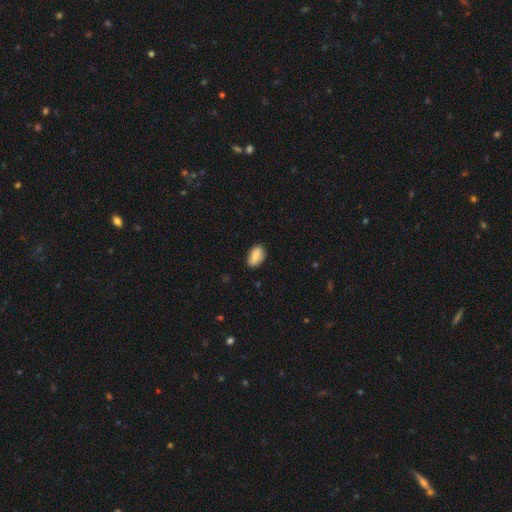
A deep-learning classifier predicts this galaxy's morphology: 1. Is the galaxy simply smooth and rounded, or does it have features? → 86% smooth, 7% featured or disk, 7% star or artifact.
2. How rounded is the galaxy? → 92% in between, 6% round, 2% cigar-shaped.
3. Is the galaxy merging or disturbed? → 81% none, 16% minor disturbance, 2% major disturbance, 1% merger.